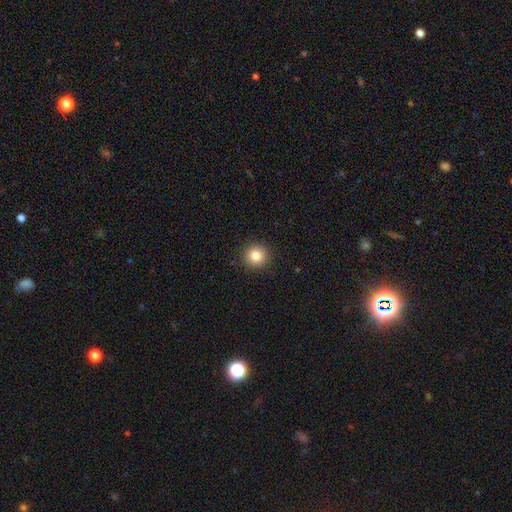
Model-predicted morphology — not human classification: smooth-or-featured: smooth: 82% | star or artifact: 11% | featured or disk: 7%
  how-rounded: round: 94% | in between: 5% | cigar-shaped: 1%
  merging: none: 92% | minor disturbance: 5% | major disturbance: 2% | merger: 1%